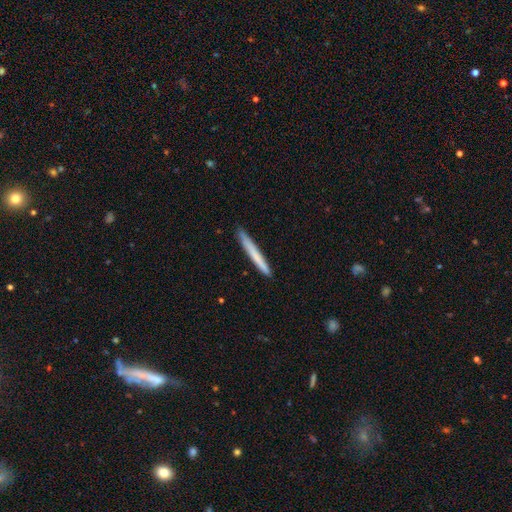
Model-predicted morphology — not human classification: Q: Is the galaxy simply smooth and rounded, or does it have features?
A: smooth — 70%.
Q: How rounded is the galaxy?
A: cigar-shaped — 97%.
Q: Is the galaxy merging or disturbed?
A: none — 89%.